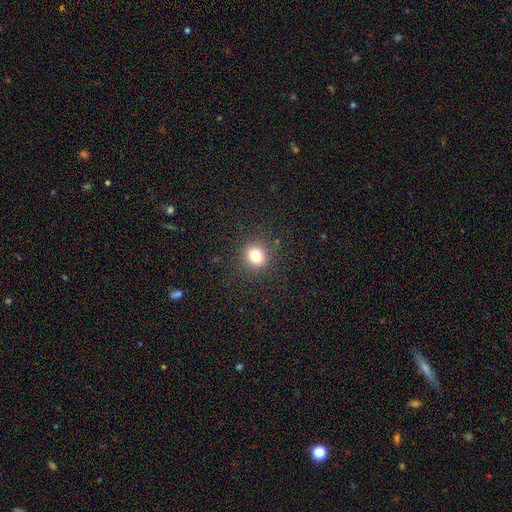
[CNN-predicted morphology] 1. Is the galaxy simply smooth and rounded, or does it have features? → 80% smooth, 13% star or artifact, 7% featured or disk.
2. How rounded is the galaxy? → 84% round, 15% in between, 1% cigar-shaped.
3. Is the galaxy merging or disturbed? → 89% none, 7% minor disturbance, 3% major disturbance, 1% merger.